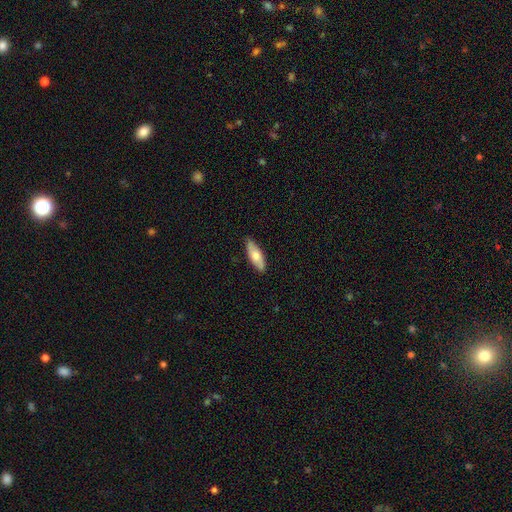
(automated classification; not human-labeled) Morphology: type=smooth (69%); roundness=in between (63%); merging=none (86%).